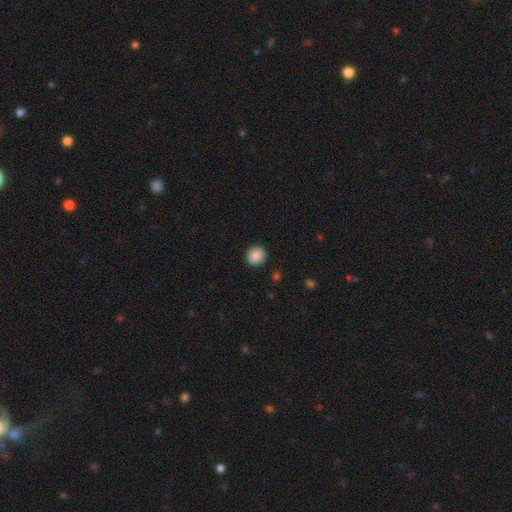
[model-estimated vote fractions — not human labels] The model was most divided on "how rounded": round: 83%, in between: 16%, cigar-shaped: 1%. More confident: merging — none (91%); smooth or featured — smooth (89%).